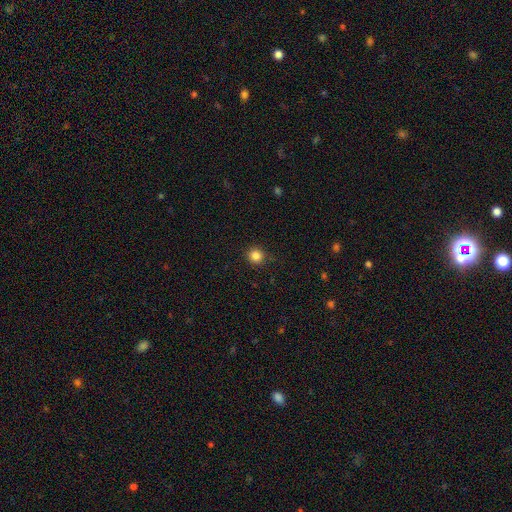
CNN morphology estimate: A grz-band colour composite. It shows a smooth galaxy with no disk features (85%) that is round (92%). Merging: none (89%).